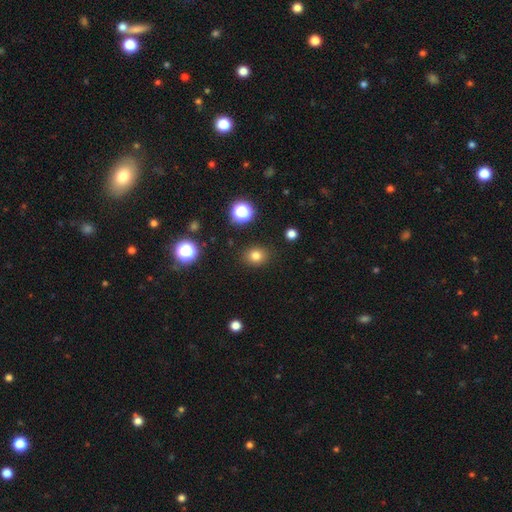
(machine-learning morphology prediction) This is likely a smooth galaxy (78%). How rounded: likely round (68%). Merging: clearly none (88%).